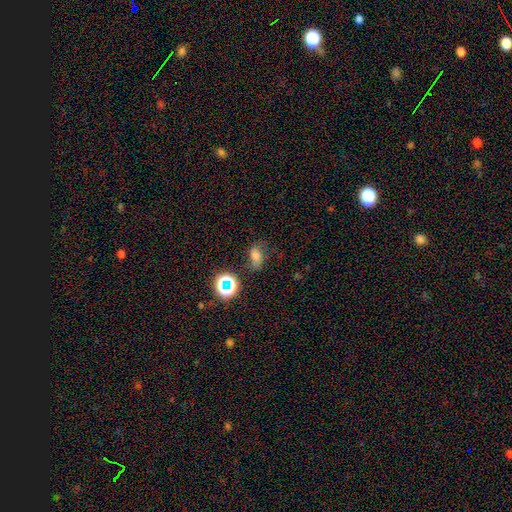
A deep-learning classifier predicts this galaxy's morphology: Smooth or featured?
  - smooth: 60% *
  - star or artifact: 21%
  - featured or disk: 20%
How rounded?
  - in between: 79% *
  - round: 19%
  - cigar-shaped: 3%
Merging?
  - none: 58% *
  - minor disturbance: 25%
  - major disturbance: 13%
  - merger: 4%